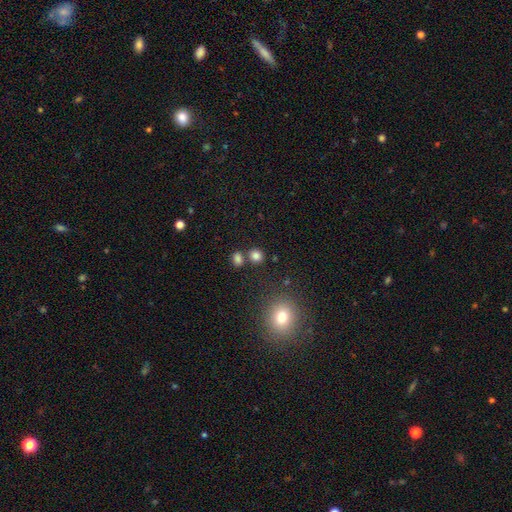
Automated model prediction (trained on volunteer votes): A smooth galaxy with no disk features (80%) that is round (77%).

Vote fractions:
- Smooth or featured? smooth: 80% / star or artifact: 14% / featured or disk: 6%
- How rounded? round: 77% / in between: 22% / cigar-shaped: 1%
- Merging? none: 70% / merger: 19% / minor disturbance: 8% / major disturbance: 3%